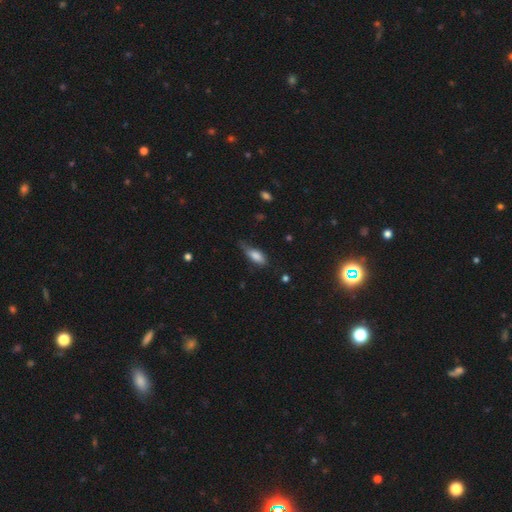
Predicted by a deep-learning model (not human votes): A smooth galaxy with no disk features (77%) that is in between round and cigar-shaped (71%).

Vote fractions:
- Smooth or featured? smooth: 77% / featured or disk: 15% / star or artifact: 8%
- How rounded? in between: 71% / cigar-shaped: 26% / round: 3%
- Merging? none: 41% / minor disturbance: 40% / major disturbance: 16% / merger: 2%